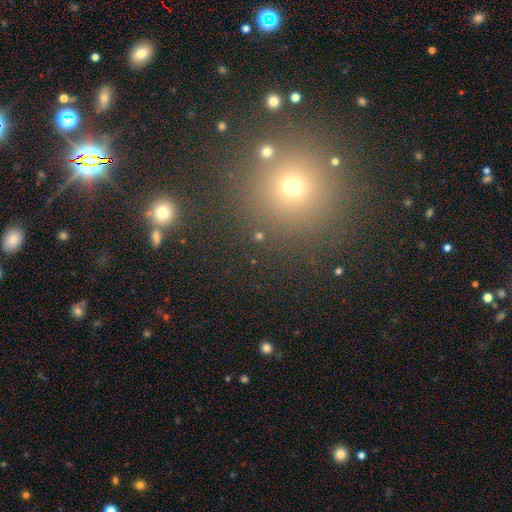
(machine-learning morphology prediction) Q: Smooth or featured?
A: smooth (51%); runner-up: star or artifact (42%)
Q: How rounded?
A: round (94%); runner-up: in between (5%)
Q: Merging?
A: none (88%); runner-up: minor disturbance (6%)